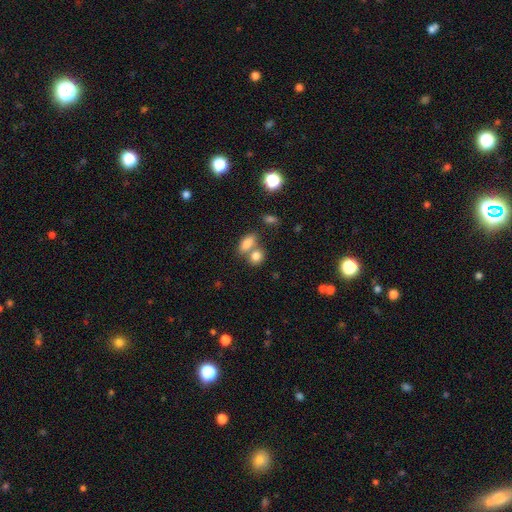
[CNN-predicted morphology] smooth-or-featured: smooth: 81% | star or artifact: 10% | featured or disk: 9%
  how-rounded: in between: 57% | round: 40% | cigar-shaped: 3%
  merging: merger: 45% | none: 41% | minor disturbance: 9% | major disturbance: 4%